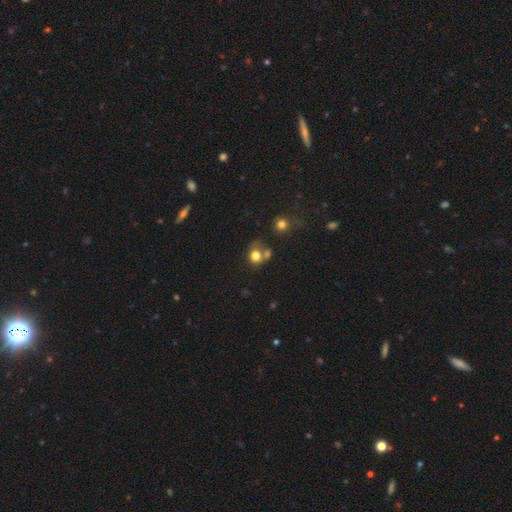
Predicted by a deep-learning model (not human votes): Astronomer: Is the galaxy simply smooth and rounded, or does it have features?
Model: smooth — 77%.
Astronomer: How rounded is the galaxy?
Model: round — 71%.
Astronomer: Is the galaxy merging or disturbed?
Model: none — 44% (runner-up: merger, 35%).